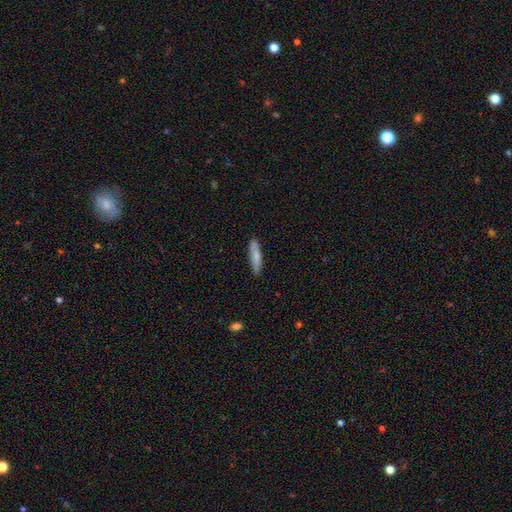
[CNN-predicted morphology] The model was most divided on "smooth or featured": smooth: 75%, featured or disk: 19%, star or artifact: 6%. More confident: merging — none (84%); how rounded — cigar-shaped (79%).